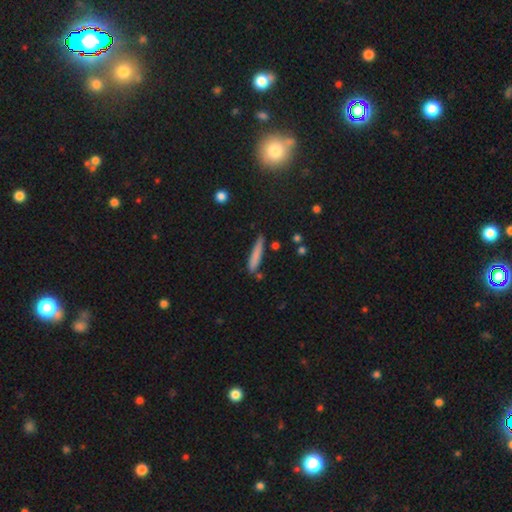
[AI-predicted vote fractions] Morphology: type=smooth (78%); roundness=cigar-shaped (92%); merging=none (78%).